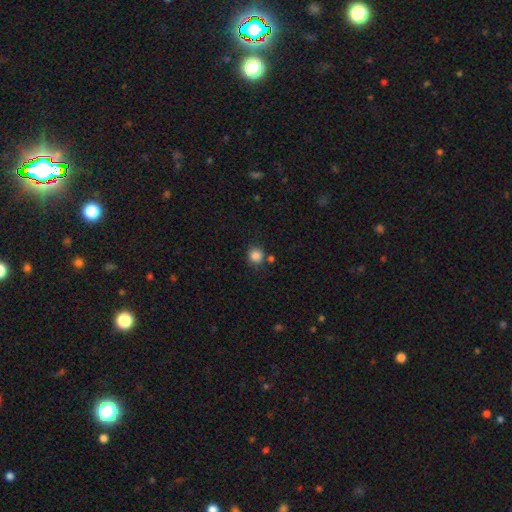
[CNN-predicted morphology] Smooth or featured: smooth — 85% (star or artifact — 11%)
How rounded: round — 90% (in between — 9%)
Merging: none — 77% (minor disturbance — 11%)